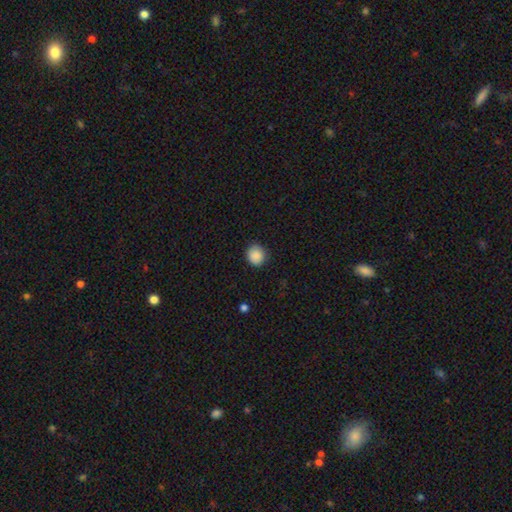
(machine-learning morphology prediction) A smooth galaxy with no disk features (88%) that is round (83%). Merging: none (87%).